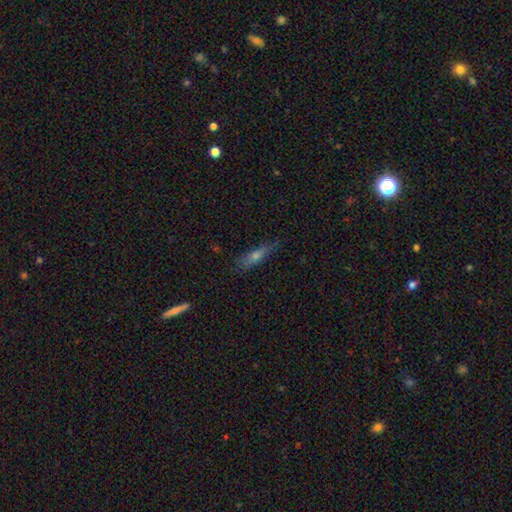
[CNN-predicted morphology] Smooth or featured?
  - smooth: 46% *
  - featured or disk: 44%
  - star or artifact: 11%
Merging?
  - none: 78% *
  - minor disturbance: 17%
  - major disturbance: 3%
  - merger: 2%